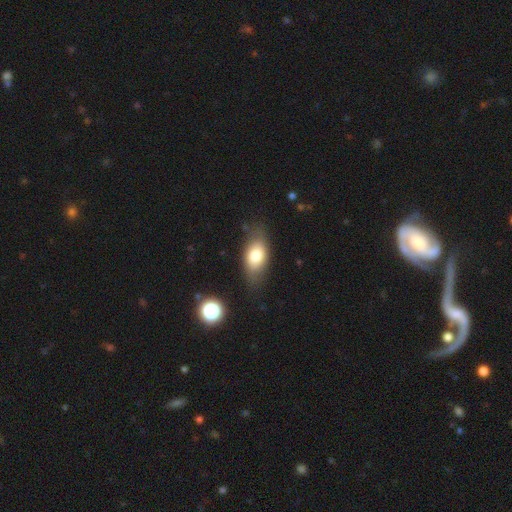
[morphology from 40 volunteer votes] type=smooth (75%); roundness=in between (83%); merging=none (81%).